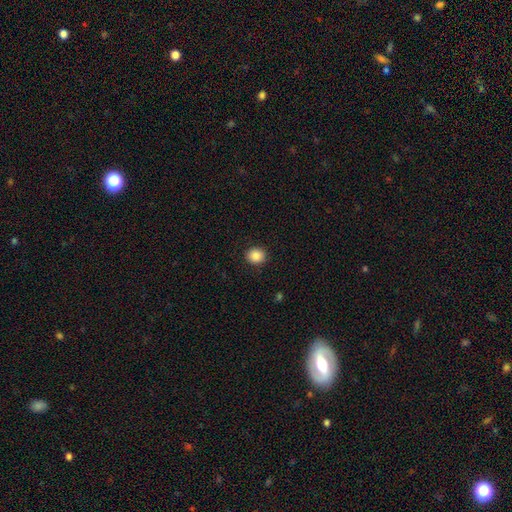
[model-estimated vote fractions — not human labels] Smooth or featured: smooth — 87% (star or artifact — 9%)
How rounded: round — 79% (in between — 20%)
Merging: none — 91% (minor disturbance — 6%)